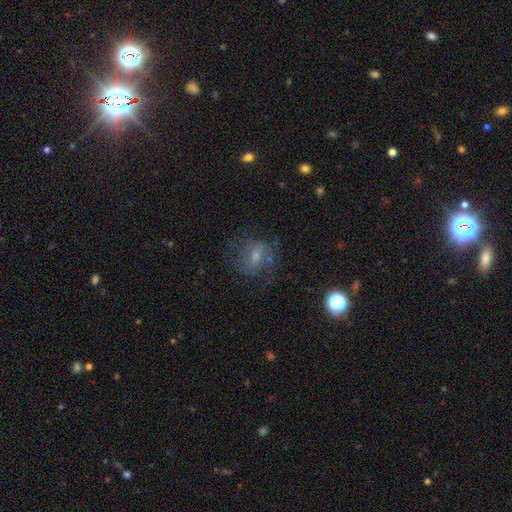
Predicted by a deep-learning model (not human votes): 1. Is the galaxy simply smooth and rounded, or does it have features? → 50% featured or disk, 30% smooth, 20% star or artifact.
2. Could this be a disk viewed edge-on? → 95% no, 5% yes.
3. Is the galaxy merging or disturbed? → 65% none, 19% minor disturbance, 14% major disturbance, 2% merger.